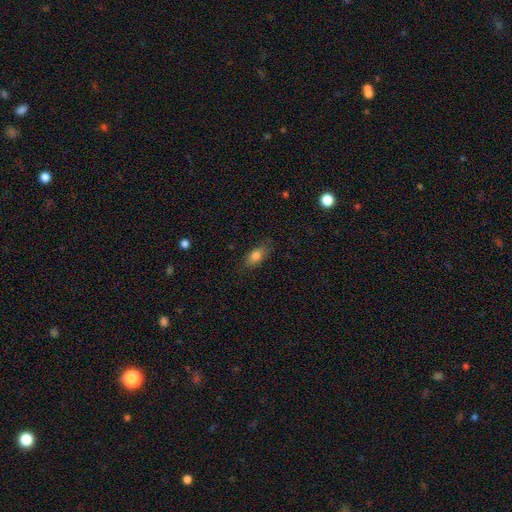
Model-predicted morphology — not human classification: A smooth galaxy with no disk features (79%) that is in between round and cigar-shaped (83%). Merging: none (79%).